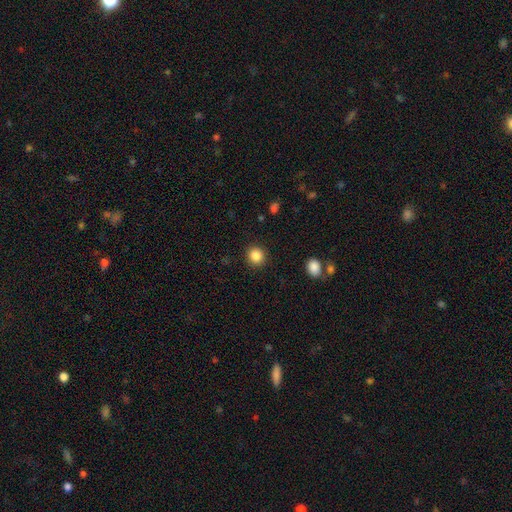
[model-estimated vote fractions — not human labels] smooth_or_featured: smooth (p=0.86) [alt: star or artifact p=0.10]
how_rounded: round (p=0.91) [alt: in between p=0.08]
merging: none (p=0.91) [alt: minor disturbance p=0.05]